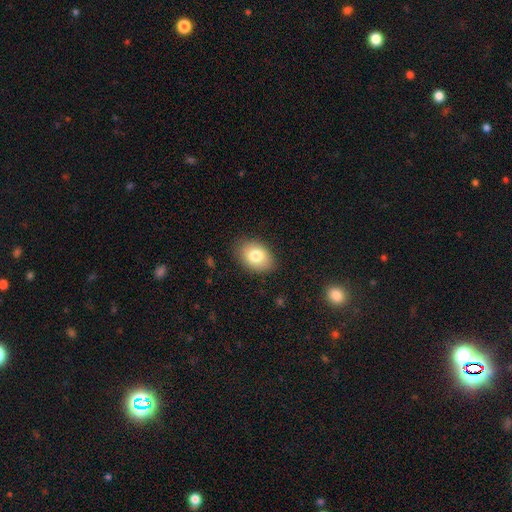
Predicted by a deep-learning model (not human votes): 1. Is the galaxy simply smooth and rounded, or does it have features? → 79% smooth, 13% featured or disk, 8% star or artifact.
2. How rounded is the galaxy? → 81% in between, 18% round, 1% cigar-shaped.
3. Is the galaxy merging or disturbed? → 84% none, 12% minor disturbance, 3% major disturbance, 1% merger.